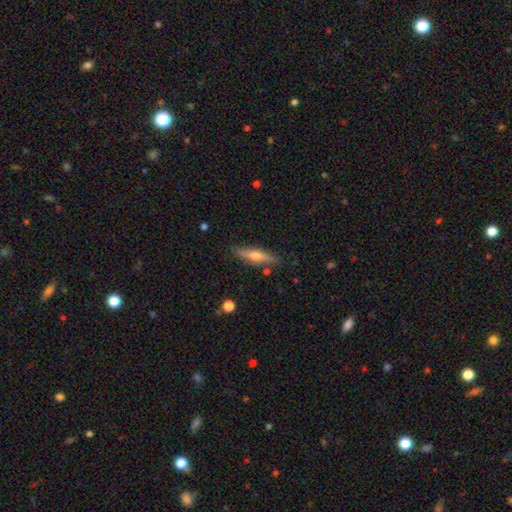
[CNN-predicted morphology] A featured or disk galaxy (56%) viewed edge-on (93%) with a rounded central bulge (88%).

Vote fractions:
- Smooth or featured? featured or disk: 56% / smooth: 37% / star or artifact: 7%
- Edge-on disk? yes: 93% / no: 7%
- Edge-on bulge? rounded: 88% / none: 7% / boxy: 5%
- Merging? none: 85% / minor disturbance: 11% / merger: 2% / major disturbance: 2%